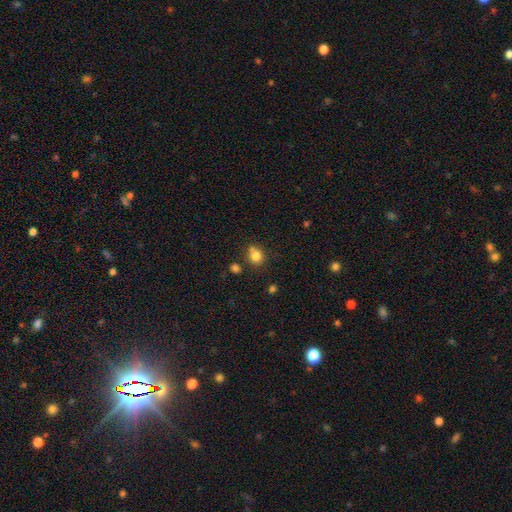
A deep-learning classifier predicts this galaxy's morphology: type=smooth (80%); roundness=round (76%); merging=none (60%).